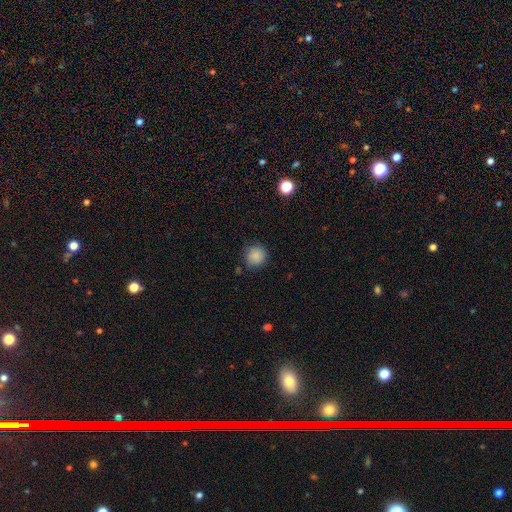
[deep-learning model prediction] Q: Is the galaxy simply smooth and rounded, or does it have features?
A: smooth — 86%.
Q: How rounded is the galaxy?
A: round — 91%.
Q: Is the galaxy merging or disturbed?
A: none — 80%.